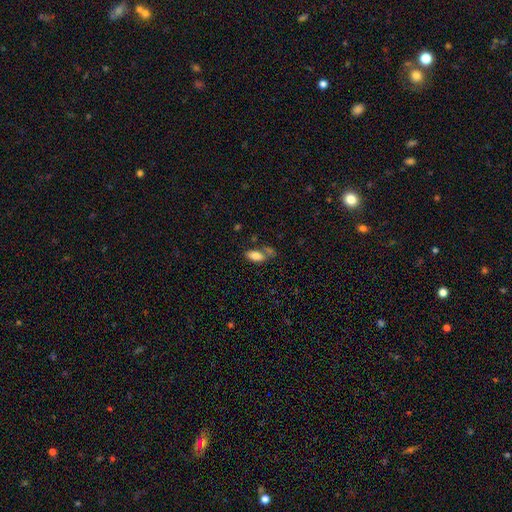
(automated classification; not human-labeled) The model was most divided on "merging": none: 55%, merger: 19%, minor disturbance: 19%, major disturbance: 8%. More confident: how rounded — in between (90%); smooth or featured — smooth (81%).